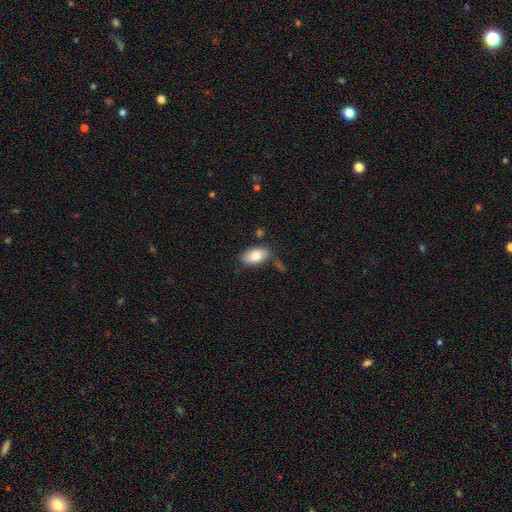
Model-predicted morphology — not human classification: Overall: smooth (80%). How rounded: in between (93%). Merging: none (71%).